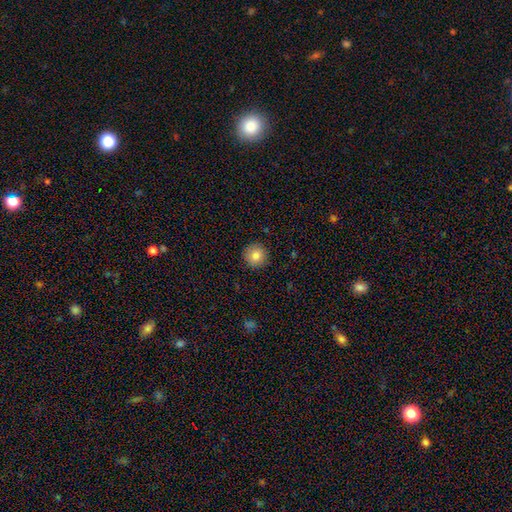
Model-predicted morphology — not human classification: Smooth or featured?
  - smooth: 84% *
  - star or artifact: 9%
  - featured or disk: 7%
How rounded?
  - round: 95% *
  - in between: 4%
  - cigar-shaped: 1%
Merging?
  - none: 91% *
  - minor disturbance: 6%
  - major disturbance: 2%
  - merger: 1%